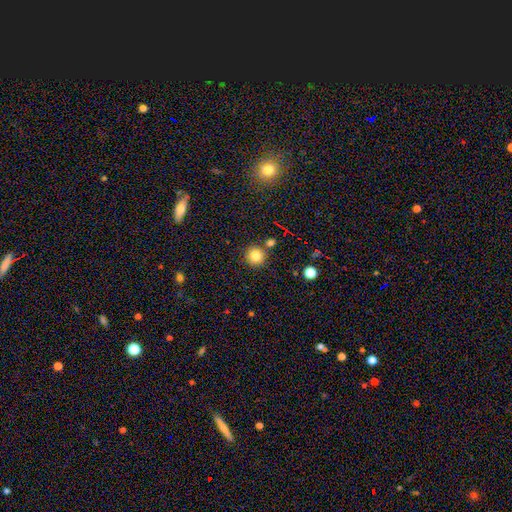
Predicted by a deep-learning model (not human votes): Overall: smooth (82%). How rounded: round (94%). Merging: none (81%).